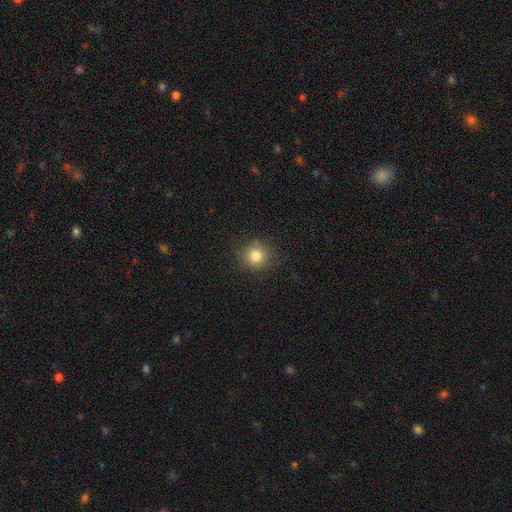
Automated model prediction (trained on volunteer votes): This is clearly a smooth galaxy (81%). How rounded: clearly round (90%). Merging: clearly none (86%).